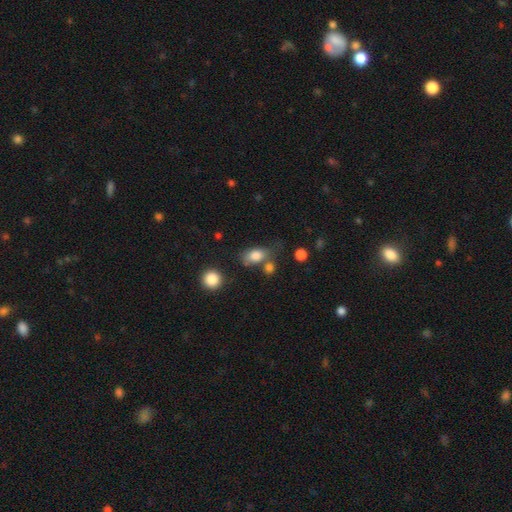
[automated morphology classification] smooth 82%, featured or disk 9%, star or artifact 9%. Down the decision tree: how rounded — in between (81%); merging — none (51%).